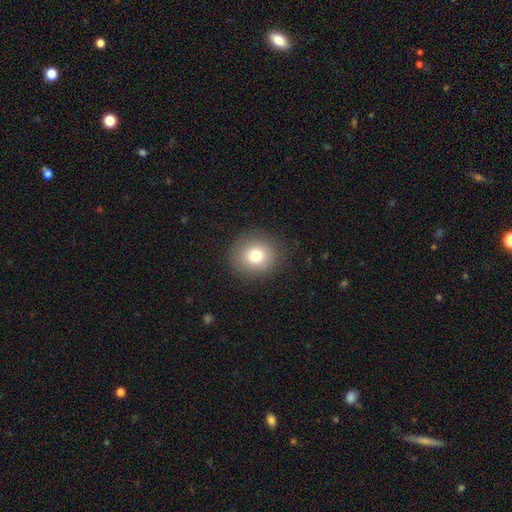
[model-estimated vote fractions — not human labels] This is likely a smooth galaxy (78%). How rounded: clearly round (86%). Merging: clearly none (89%).